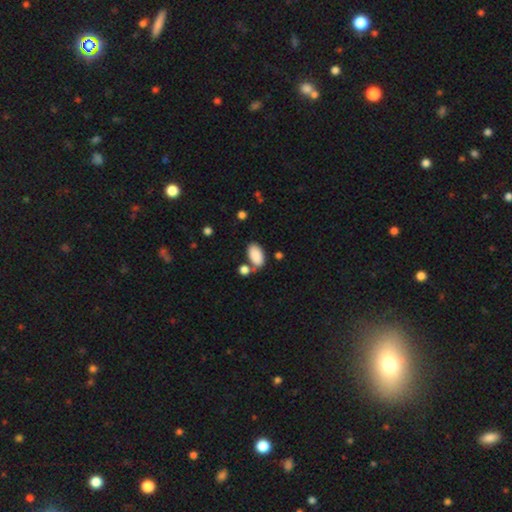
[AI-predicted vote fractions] A smooth galaxy with no disk features (88%) that is in between round and cigar-shaped (95%).

Vote fractions:
- Smooth or featured? smooth: 88% / star or artifact: 7% / featured or disk: 5%
- How rounded? in between: 95% / round: 4% / cigar-shaped: 2%
- Merging? none: 58% / merger: 23% / minor disturbance: 14% / major disturbance: 5%